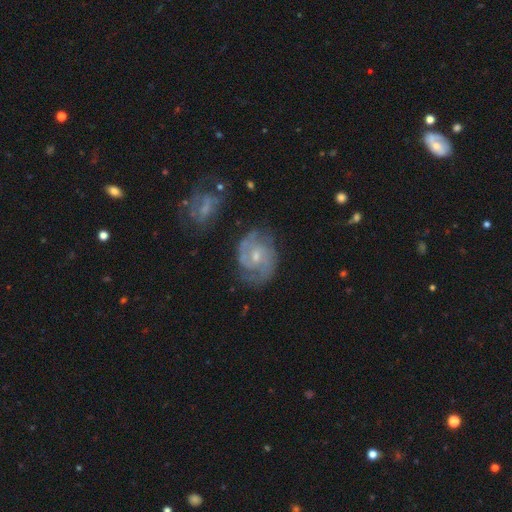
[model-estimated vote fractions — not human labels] Smooth or featured?
  - featured or disk: 85% *
  - smooth: 9%
  - star or artifact: 6%
Edge-on disk?
  - no: 98% *
  - yes: 2%
Bar?
  - no: 48% *
  - weak: 45%
  - strong: 7%
Spiral arms?
  - yes: 95% *
  - no: 5%
Spiral winding?
  - medium: 47% *
  - tight: 41%
  - loose: 12%
Spiral arm count?
  - 2: 73% *
  - can't tell: 12%
  - 3: 8%
  - 1: 3%
  - 4: 2%
  - more than 4: 2%
Bulge size?
  - small: 56% *
  - moderate: 39%
  - none: 3%
  - large: 1%
  - dominant: 1%
Merging?
  - none: 71% *
  - minor disturbance: 19%
  - major disturbance: 7%
  - merger: 3%